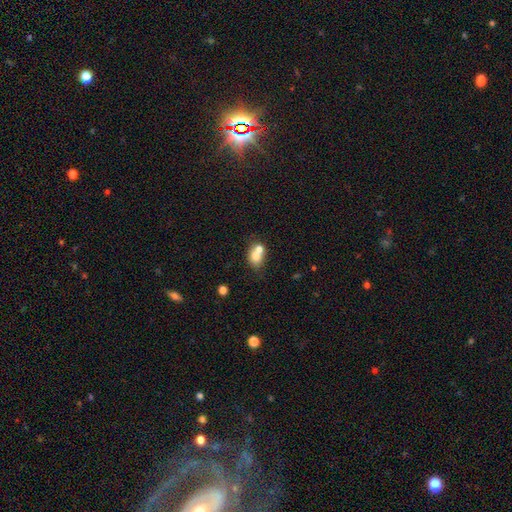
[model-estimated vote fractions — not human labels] smooth_or_featured: smooth (p=0.71) [alt: featured or disk p=0.19]
how_rounded: in between (p=0.52) [alt: round p=0.46]
merging: merger (p=0.57) [alt: none p=0.31]